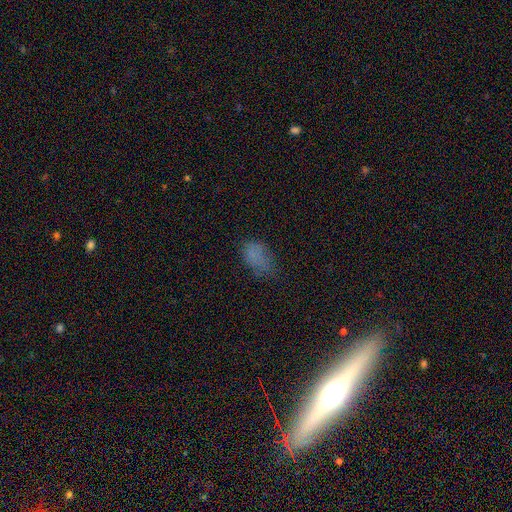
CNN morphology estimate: A smooth galaxy with no disk features (68%) that is in between round and cigar-shaped (88%).

Vote fractions:
- Smooth or featured? smooth: 68% / star or artifact: 19% / featured or disk: 13%
- How rounded? in between: 88% / round: 9% / cigar-shaped: 3%
- Merging? none: 50% / minor disturbance: 29% / major disturbance: 18% / merger: 3%